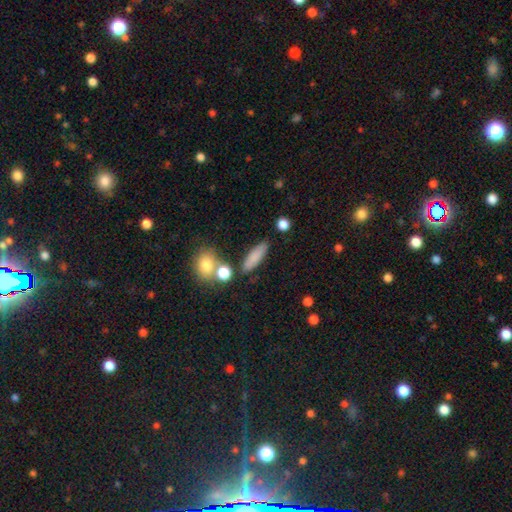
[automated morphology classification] type=smooth (82%); roundness=cigar-shaped (53%); merging=none (78%).